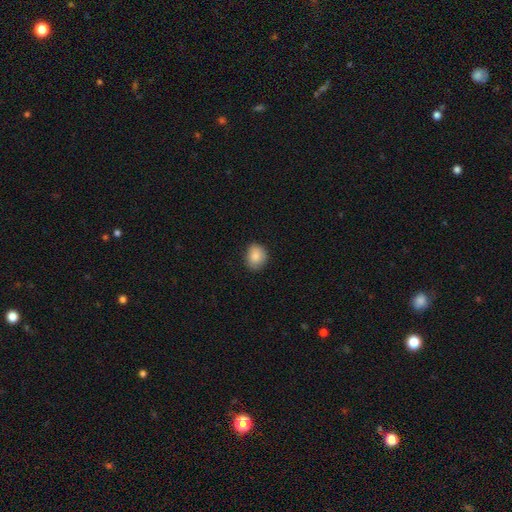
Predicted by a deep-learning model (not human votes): A smooth galaxy with no disk features (87%) that is round (64%). Merging: none (81%).